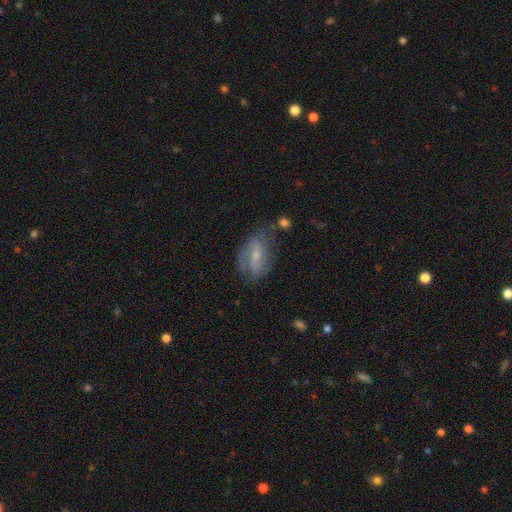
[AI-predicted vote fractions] smooth_or_featured: featured or disk (p=0.69) [alt: smooth p=0.22]
disk_edge_on: no (p=0.95) [alt: yes p=0.05]
bar: weak (p=0.48) [alt: no p=0.29]
has_spiral_arms: yes (p=0.86) [alt: no p=0.14]
spiral_winding: medium (p=0.42) [alt: loose p=0.38]
spiral_arm_count: 2 (p=0.74) [alt: can't tell p=0.14]
bulge_size: small (p=0.61) [alt: moderate p=0.30]
merging: none (p=0.61) [alt: minor disturbance p=0.24]